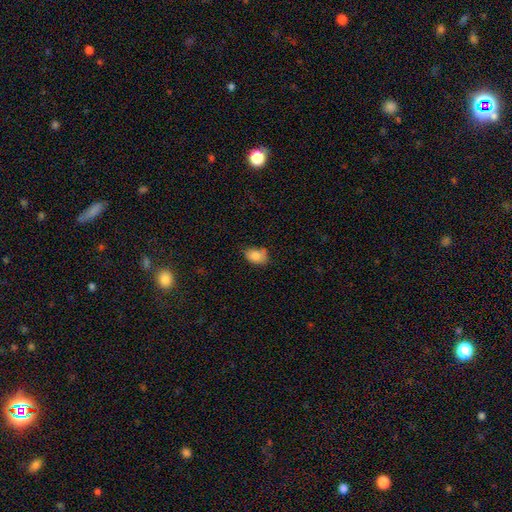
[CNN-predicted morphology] type=smooth (81%); roundness=in between (77%); merging=none (54%).